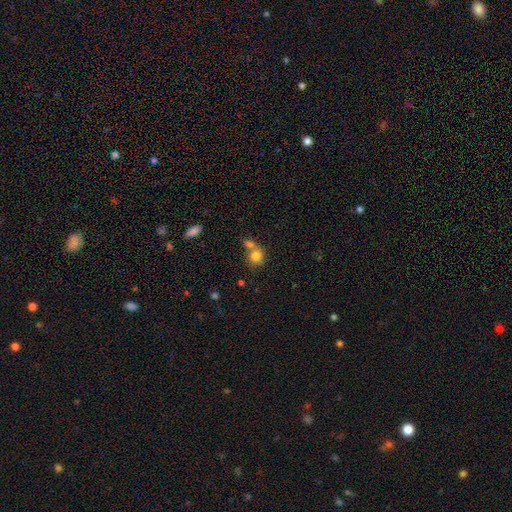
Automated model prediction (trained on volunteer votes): The model was most divided on "merging": none: 45%, merger: 40%, minor disturbance: 10%, major disturbance: 4%. More confident: smooth or featured — smooth (81%); how rounded — round (76%).